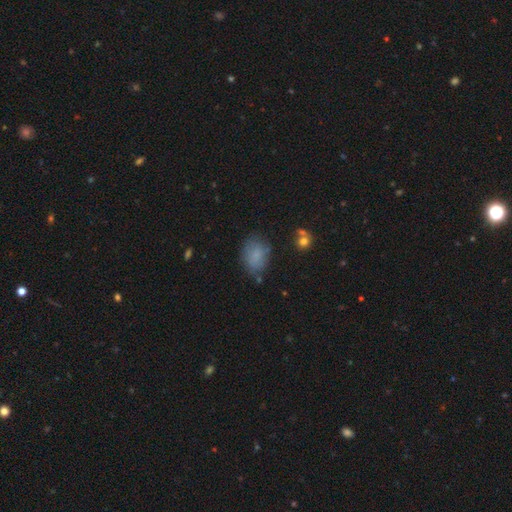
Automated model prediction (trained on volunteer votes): smooth_or_featured: smooth (p=0.79) [alt: featured or disk p=0.11]
how_rounded: in between (p=0.77) [alt: round p=0.21]
merging: none (p=0.68) [alt: minor disturbance p=0.22]